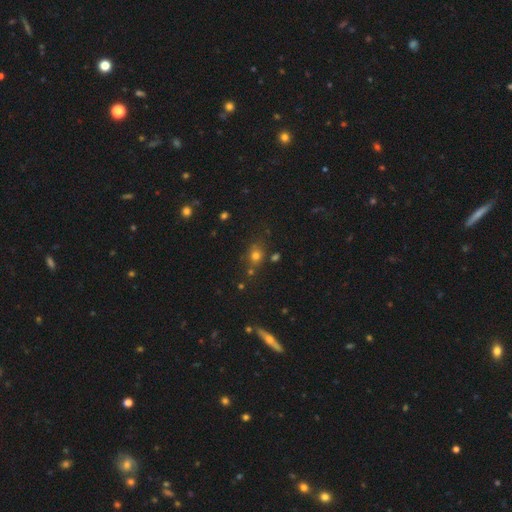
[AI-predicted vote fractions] Morphology: type=smooth (69%); roundness=round (61%); merging=none (69%).